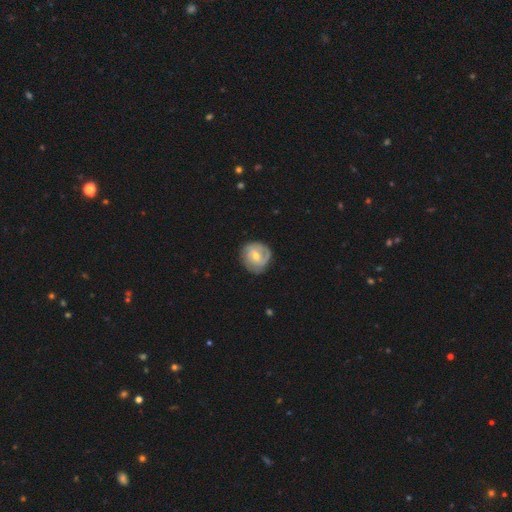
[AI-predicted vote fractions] featured or disk 68%, smooth 26%, star or artifact 6%. Down the decision tree: edge-on disk — no (97%); bar — weak (46%); spiral arms — yes (85%); spiral arm count — 2 (47%); spiral winding — tight (55%); bulge size — moderate (52%); merging — none (75%).